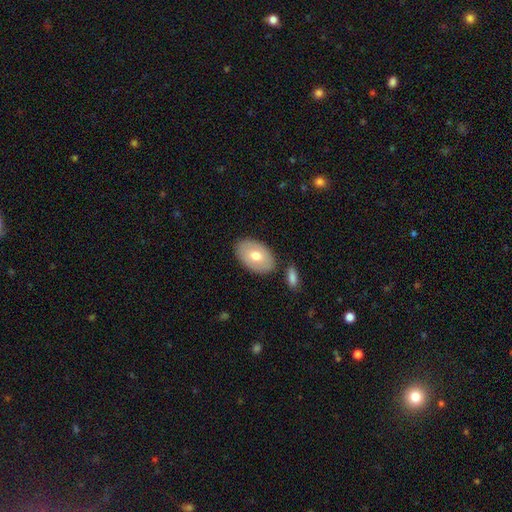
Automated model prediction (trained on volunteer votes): Smooth or featured? smooth (66%)
How rounded? in between (90%)
Merging? none (79%)